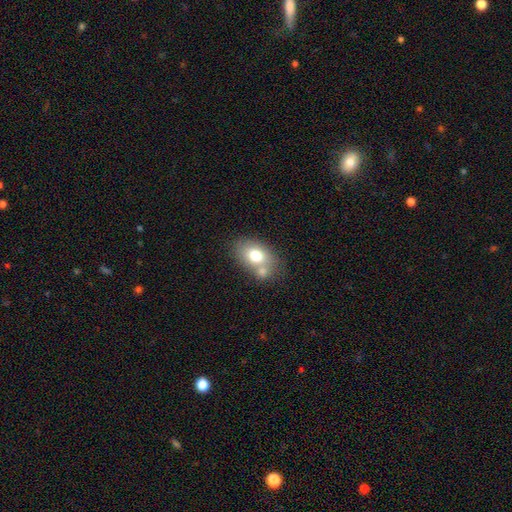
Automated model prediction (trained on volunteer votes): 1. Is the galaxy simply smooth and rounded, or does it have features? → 72% smooth, 20% featured or disk, 9% star or artifact.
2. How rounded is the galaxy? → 77% in between, 22% round, 1% cigar-shaped.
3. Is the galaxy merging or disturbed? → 48% none, 32% merger, 15% minor disturbance, 5% major disturbance.